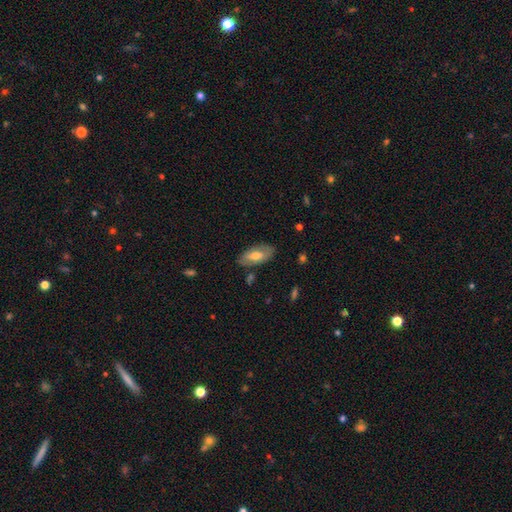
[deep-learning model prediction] smooth 58%, featured or disk 36%, star or artifact 6%. Down the decision tree: how rounded — in between (90%); merging — none (79%).